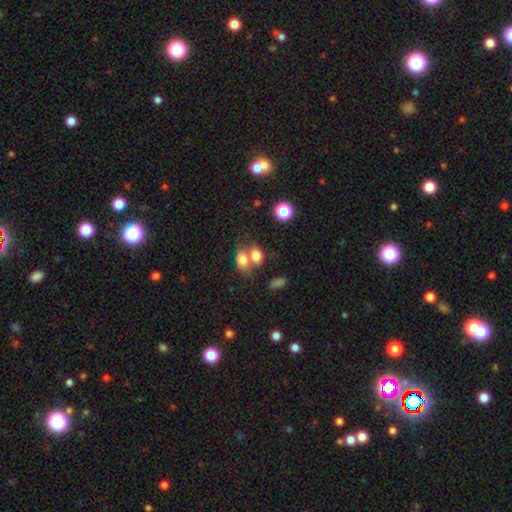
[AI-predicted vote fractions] The model was most divided on "merging": merger: 58%, none: 28%, minor disturbance: 9%, major disturbance: 5%. More confident: smooth or featured — smooth (77%); how rounded — in between (72%).